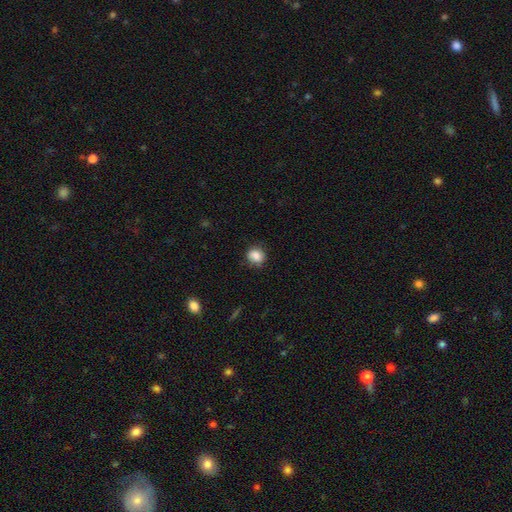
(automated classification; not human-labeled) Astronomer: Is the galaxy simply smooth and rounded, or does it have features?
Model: smooth — 85%.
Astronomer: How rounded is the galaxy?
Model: round — 69%.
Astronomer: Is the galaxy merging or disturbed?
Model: none — 75%.